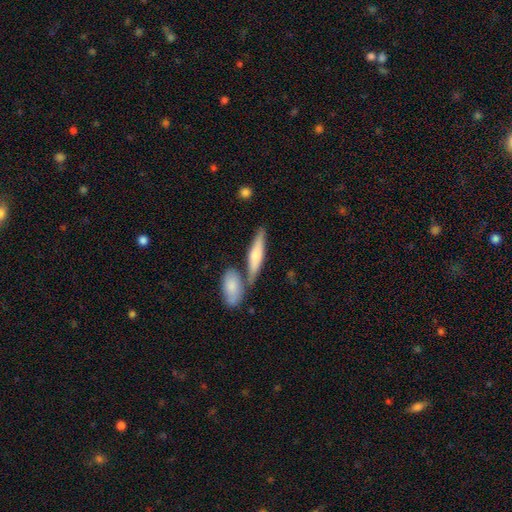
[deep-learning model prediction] Smooth or featured: smooth — 57% (featured or disk — 38%)
How rounded: cigar-shaped — 74% (in between — 24%)
Merging: none — 64% (merger — 21%)